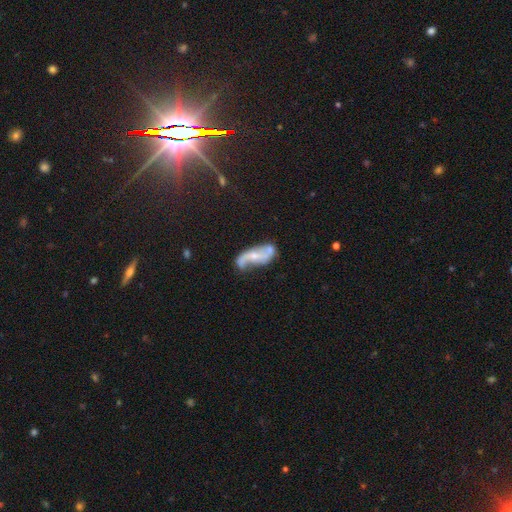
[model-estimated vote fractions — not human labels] A featured or disk galaxy (75%) with no bar (56%), 2 (86%) loose (73%) spiral arms (86%) and a small central bulge (54%). Merging: none (47%).